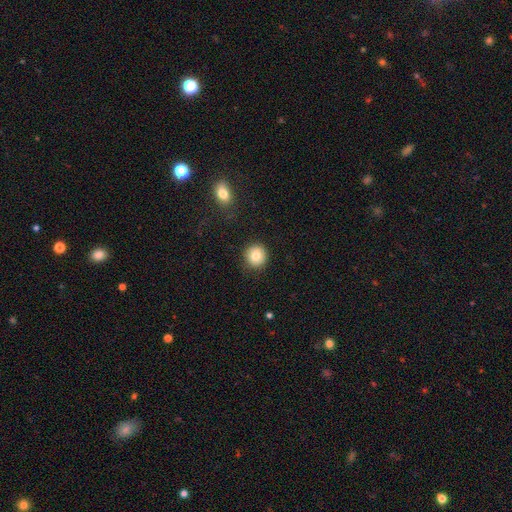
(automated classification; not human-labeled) smooth 81%, featured or disk 10%, star or artifact 9%. Down the decision tree: how rounded — round (92%); merging — none (89%).